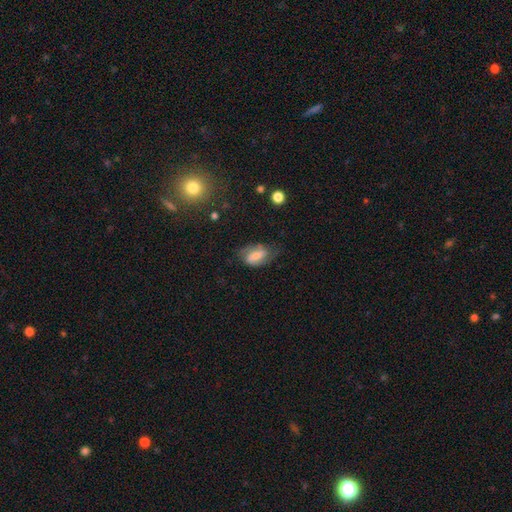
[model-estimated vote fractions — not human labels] Smooth or featured?
  - featured or disk: 51% *
  - smooth: 41%
  - star or artifact: 9%
Edge-on disk?
  - no: 95% *
  - yes: 5%
Merging?
  - none: 56% *
  - minor disturbance: 27%
  - major disturbance: 14%
  - merger: 2%